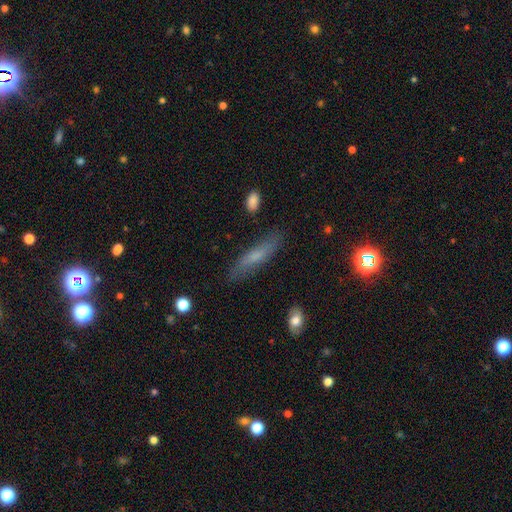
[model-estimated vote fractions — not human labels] Smooth or featured: smooth — 57% (featured or disk — 34%)
How rounded: cigar-shaped — 78% (in between — 20%)
Merging: none — 82% (minor disturbance — 14%)